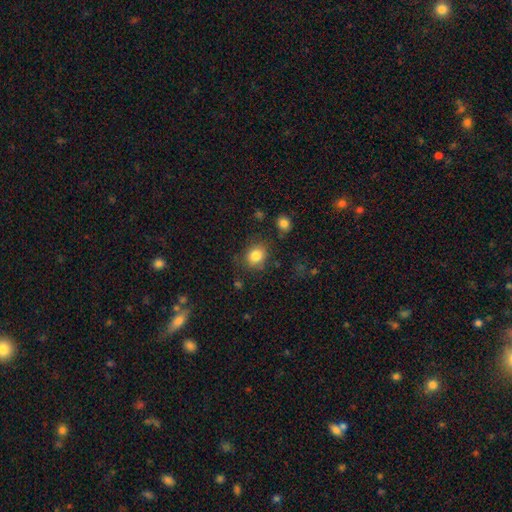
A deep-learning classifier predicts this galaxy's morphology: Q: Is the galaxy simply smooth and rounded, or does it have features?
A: smooth — 83%.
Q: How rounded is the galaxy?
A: round — 64%.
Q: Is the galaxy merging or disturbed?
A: none — 76%.